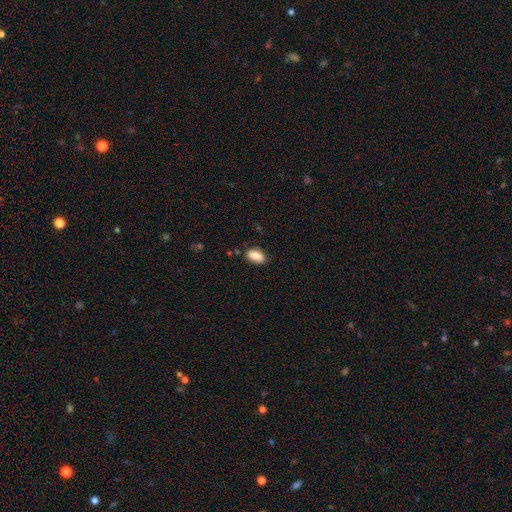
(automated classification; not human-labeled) smooth 86%, star or artifact 7%, featured or disk 7%. Down the decision tree: how rounded — in between (91%); merging — none (80%).